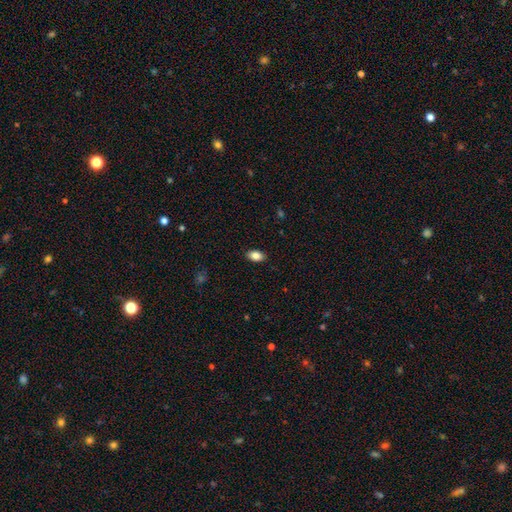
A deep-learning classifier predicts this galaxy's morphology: smooth 85%, star or artifact 8%, featured or disk 7%. Down the decision tree: how rounded — in between (90%); merging — none (88%).